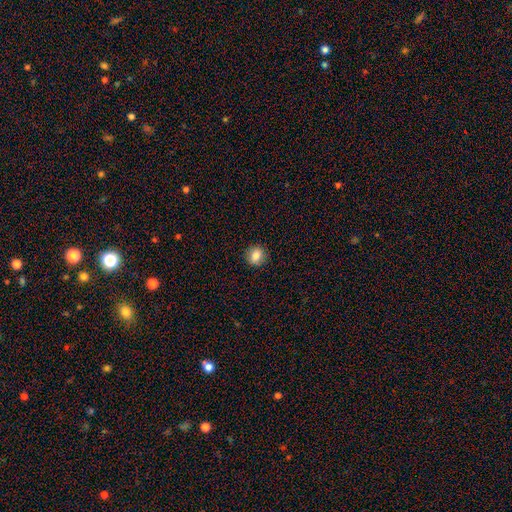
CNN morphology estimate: This appears to be a smooth galaxy with no disk features (83%) that is round (83%). Merging: none (90%).